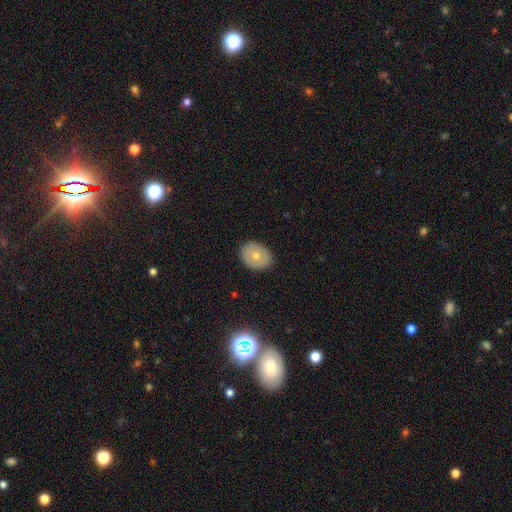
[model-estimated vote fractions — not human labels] The model was most divided on "how rounded": round: 50%, in between: 49%, cigar-shaped: 1%. More confident: merging — none (88%); smooth or featured — smooth (62%).